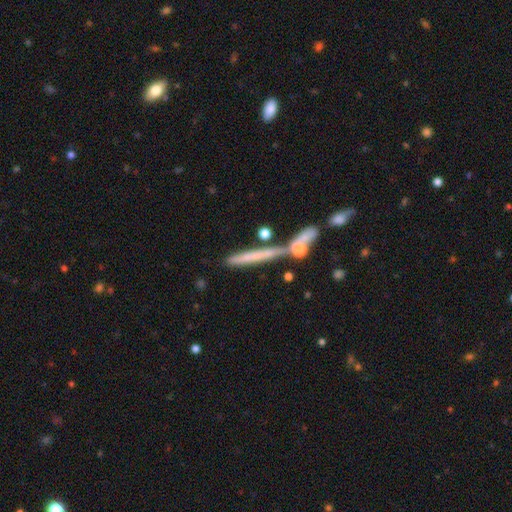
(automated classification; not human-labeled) smooth 47%, featured or disk 41%, star or artifact 12%. Down the decision tree: merging — none (60%).